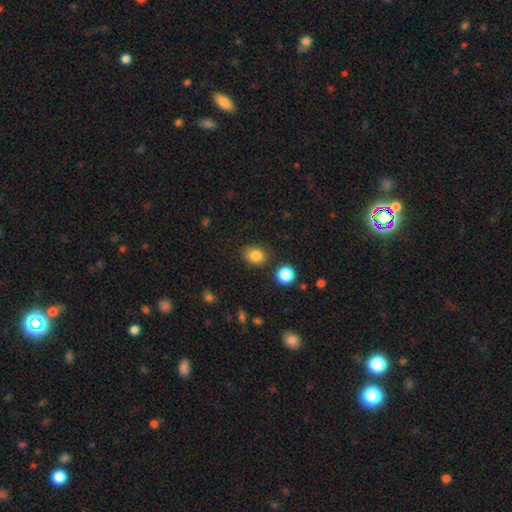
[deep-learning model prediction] A smooth galaxy with no disk features (84%) that is round (59%).

Vote fractions:
- Smooth or featured? smooth: 84% / star or artifact: 11% / featured or disk: 5%
- How rounded? round: 59% / in between: 40% / cigar-shaped: 1%
- Merging? none: 81% / minor disturbance: 12% / merger: 4% / major disturbance: 3%